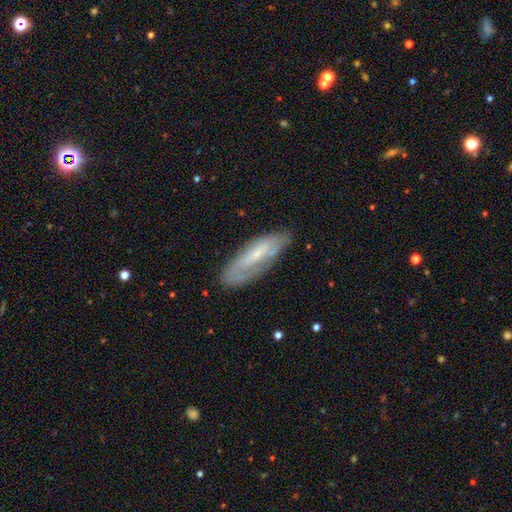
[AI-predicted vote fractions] The model was most divided on "smooth or featured": featured or disk: 49%, smooth: 40%, star or artifact: 11%. More confident: merging — none (74%).